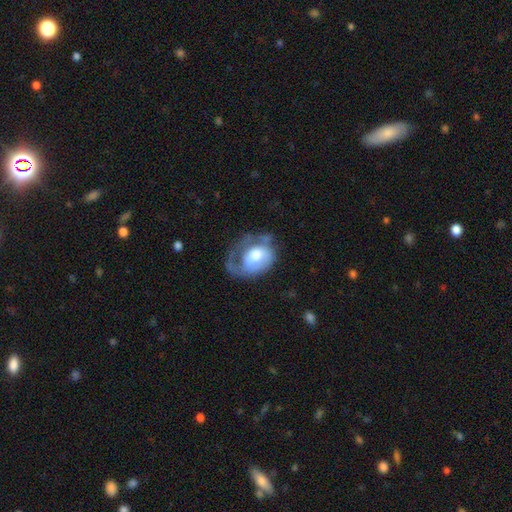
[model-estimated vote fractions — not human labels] Smooth or featured: featured or disk — 61% (smooth — 33%)
Edge-on disk: no — 97% (yes — 3%)
Bar: no — 65% (weak — 29%)
Spiral arms: yes — 74% (no — 26%)
Bulge size: moderate — 49% (large — 32%)
Merging: major disturbance — 40% (none — 32%)